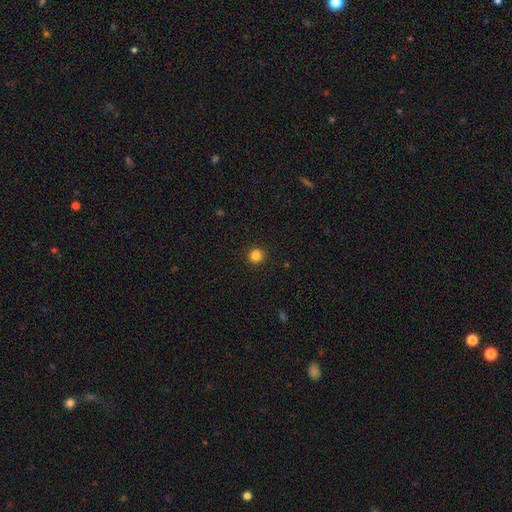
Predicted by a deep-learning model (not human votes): smooth 84%, star or artifact 12%, featured or disk 4%. Down the decision tree: how rounded — round (91%); merging — none (91%).